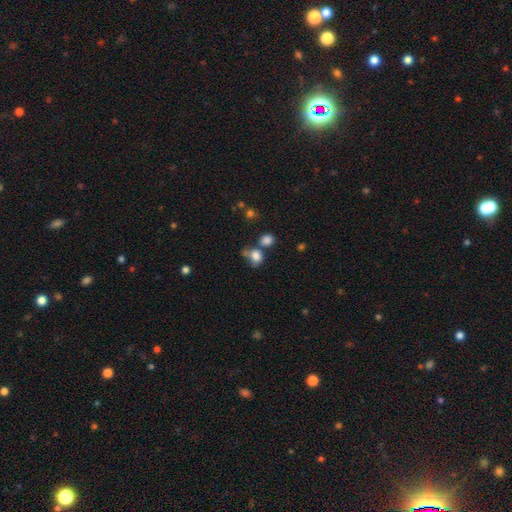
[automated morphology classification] smooth-or-featured: smooth: 77% | star or artifact: 12% | featured or disk: 10%
  how-rounded: round: 50% | in between: 48% | cigar-shaped: 1%
  merging: none: 38% | merger: 30% | minor disturbance: 19% | major disturbance: 13%